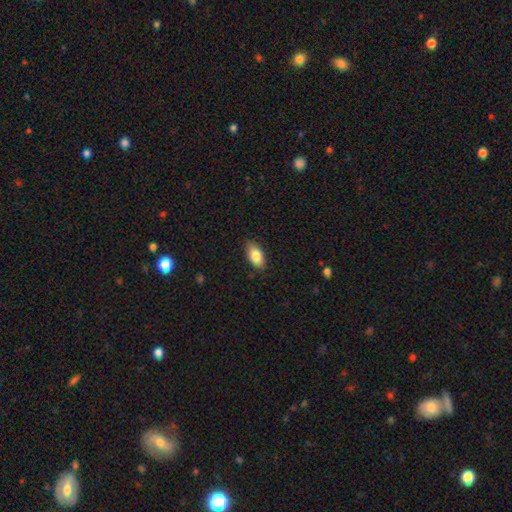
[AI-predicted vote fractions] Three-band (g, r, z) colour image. It shows a smooth galaxy with no disk features (83%) that is in between round and cigar-shaped (92%). Merging: none (86%).